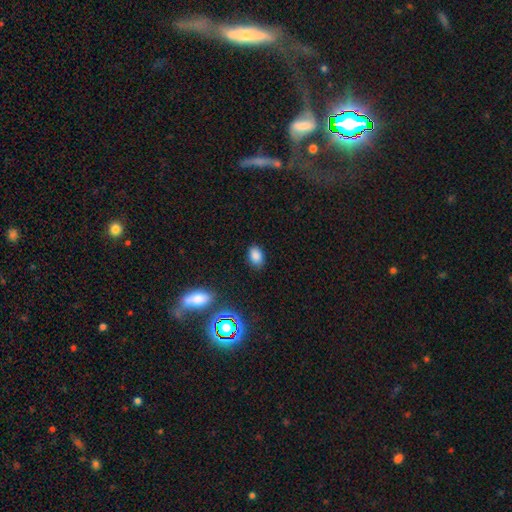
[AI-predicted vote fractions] Q: Smooth or featured?
A: smooth (83%); runner-up: star or artifact (13%)
Q: How rounded?
A: in between (83%); runner-up: round (15%)
Q: Merging?
A: none (84%); runner-up: minor disturbance (12%)